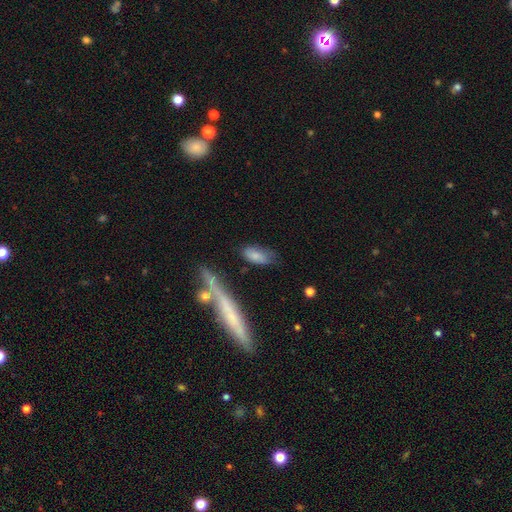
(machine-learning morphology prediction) Q: Smooth or featured?
A: smooth (76%); runner-up: featured or disk (17%)
Q: How rounded?
A: in between (85%); runner-up: cigar-shaped (12%)
Q: Merging?
A: none (58%); runner-up: minor disturbance (26%)